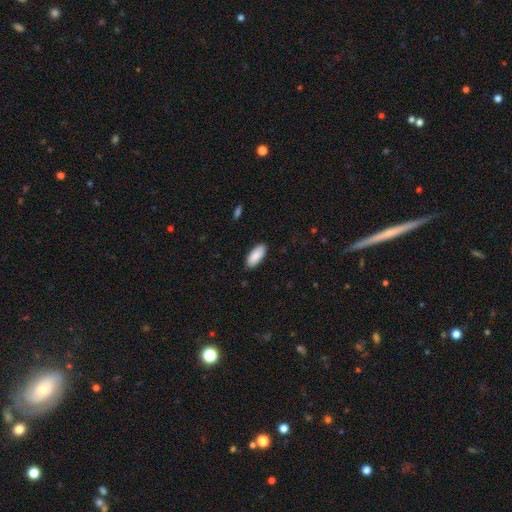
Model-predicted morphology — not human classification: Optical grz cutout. It shows a smooth galaxy with no disk features (88%) that is in between round and cigar-shaped (86%). Merging: none (88%).